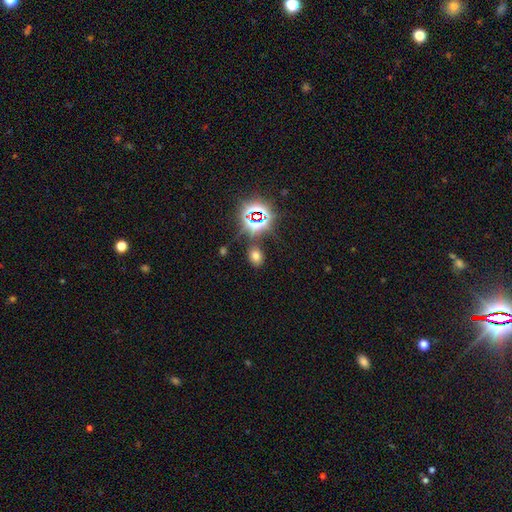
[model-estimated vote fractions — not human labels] Smooth or featured?
  - smooth: 61% *
  - star or artifact: 30%
  - featured or disk: 8%
How rounded?
  - in between: 60% *
  - round: 39%
  - cigar-shaped: 1%
Merging?
  - none: 81% *
  - minor disturbance: 11%
  - merger: 4%
  - major disturbance: 4%